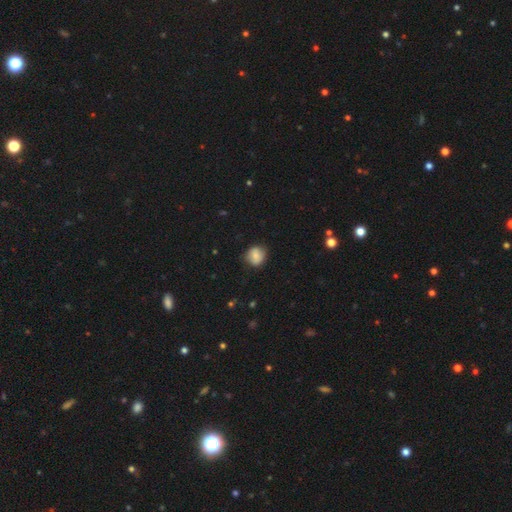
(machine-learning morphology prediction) A smooth galaxy with no disk features (78%) that is round (77%).

Vote fractions:
- Smooth or featured? smooth: 78% / featured or disk: 14% / star or artifact: 9%
- How rounded? round: 77% / in between: 22% / cigar-shaped: 1%
- Merging? none: 76% / minor disturbance: 18% / major disturbance: 4% / merger: 2%